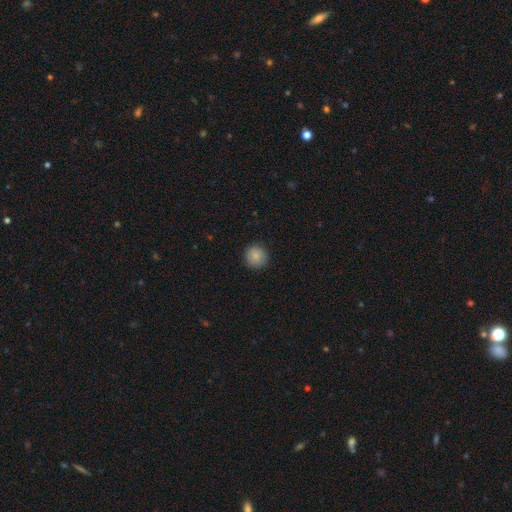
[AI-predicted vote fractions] This appears to be a smooth galaxy with no disk features (85%) that is round (93%). Merging: none (88%).